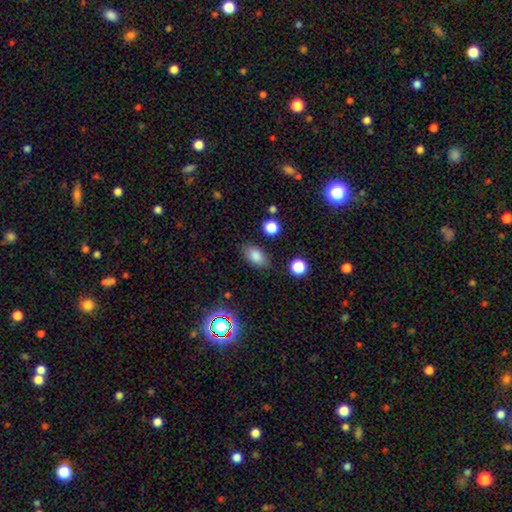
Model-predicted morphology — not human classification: smooth_or_featured: smooth (p=0.83) [alt: star or artifact p=0.10]
how_rounded: in between (p=0.88) [alt: round p=0.08]
merging: none (p=0.84) [alt: minor disturbance p=0.11]